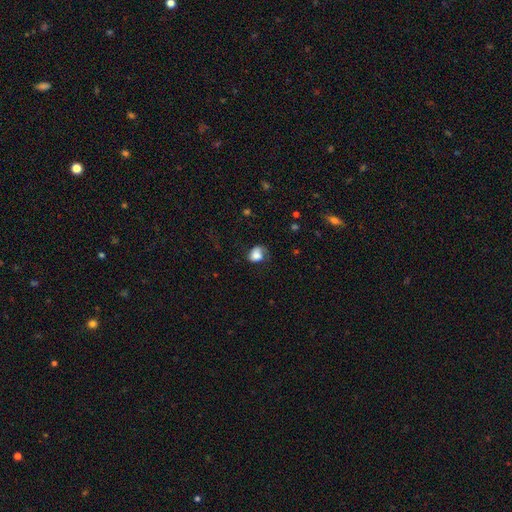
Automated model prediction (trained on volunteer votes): Smooth or featured? Predicted: smooth (p=0.68). How rounded? Predicted: in between (p=0.56). Merging? Predicted: none (p=0.39).